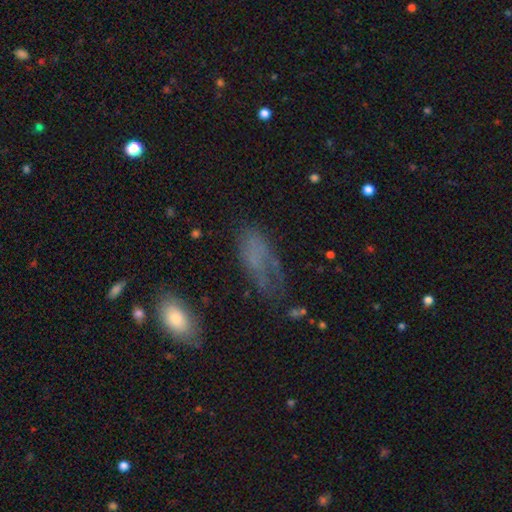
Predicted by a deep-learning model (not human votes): smooth 52%, featured or disk 31%, star or artifact 17%. Down the decision tree: how rounded — in between (83%); merging — major disturbance (35%, tied with none).